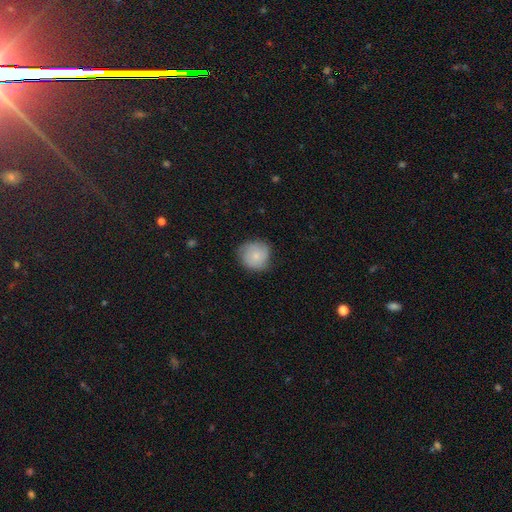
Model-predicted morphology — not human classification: A smooth galaxy with no disk features (76%) that is round (89%).

Vote fractions:
- Smooth or featured? smooth: 76% / featured or disk: 17% / star or artifact: 7%
- How rounded? round: 89% / in between: 10% / cigar-shaped: 1%
- Merging? none: 72% / minor disturbance: 22% / major disturbance: 4% / merger: 1%